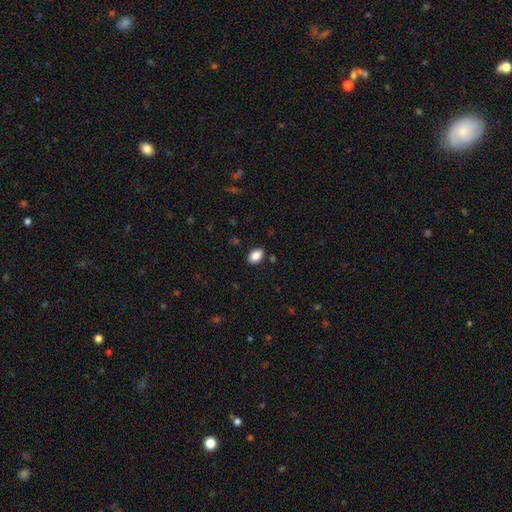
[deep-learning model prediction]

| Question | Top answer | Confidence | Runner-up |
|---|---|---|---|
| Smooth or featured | smooth | 87% | star or artifact (8%) |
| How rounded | in between | 86% | round (13%) |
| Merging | none | 87% | minor disturbance (10%) |